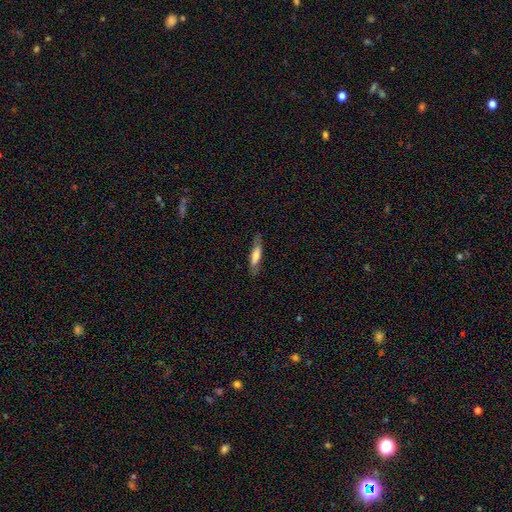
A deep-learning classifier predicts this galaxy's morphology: smooth 62%, featured or disk 32%, star or artifact 6%. Down the decision tree: how rounded — cigar-shaped (77%); merging — none (82%).